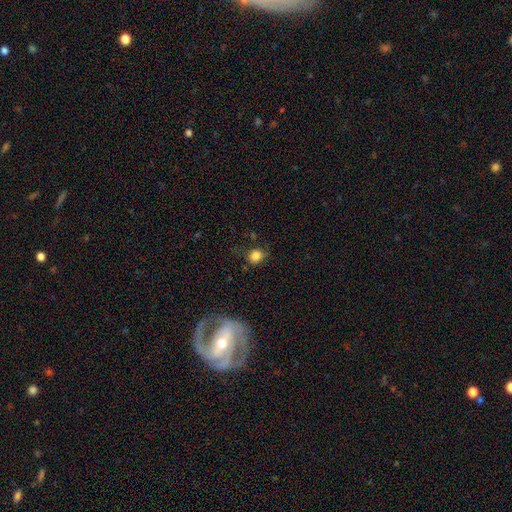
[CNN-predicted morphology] smooth-or-featured: smooth: 83% | star or artifact: 11% | featured or disk: 6%
  how-rounded: round: 70% | in between: 28% | cigar-shaped: 1%
  merging: none: 68% | minor disturbance: 21% | major disturbance: 8% | merger: 3%